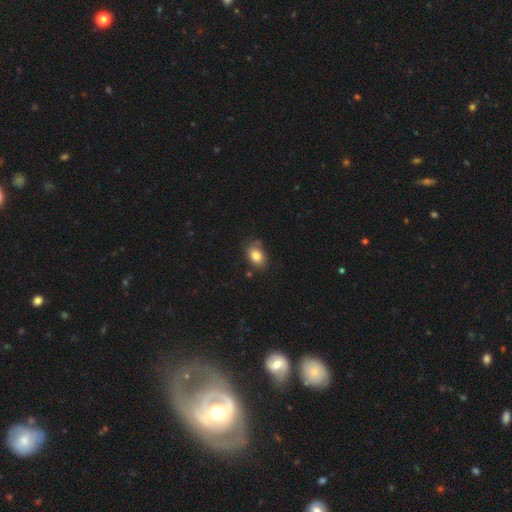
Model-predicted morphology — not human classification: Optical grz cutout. It shows a smooth galaxy with no disk features (82%) that is in between round and cigar-shaped (78%). Merging: none (76%).